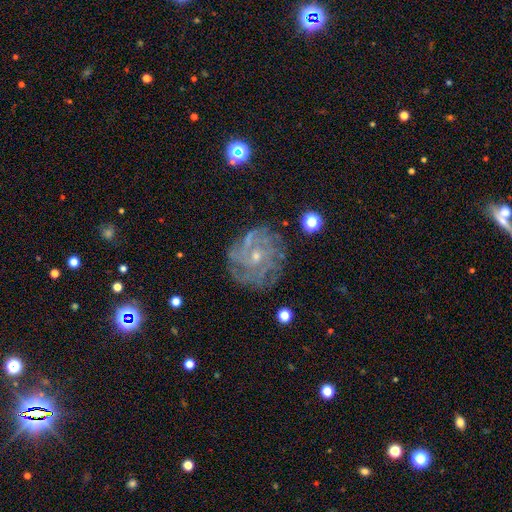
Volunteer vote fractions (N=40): smooth_or_featured: featured or disk (p=0.88) [alt: star or artifact p=0.10]
disk_edge_on: no (p=1.00)
bar: no (p=0.83) [alt: weak p=0.17]
has_spiral_arms: yes (p=0.89) [alt: no p=0.11]
spiral_winding: tight (p=0.71) [alt: medium p=0.26]
spiral_arm_count: can't tell (p=0.58) [alt: 3 p=0.23]
bulge_size: small (p=0.74) [alt: moderate p=0.17]
merging: none (p=0.78) [alt: minor disturbance p=0.14]